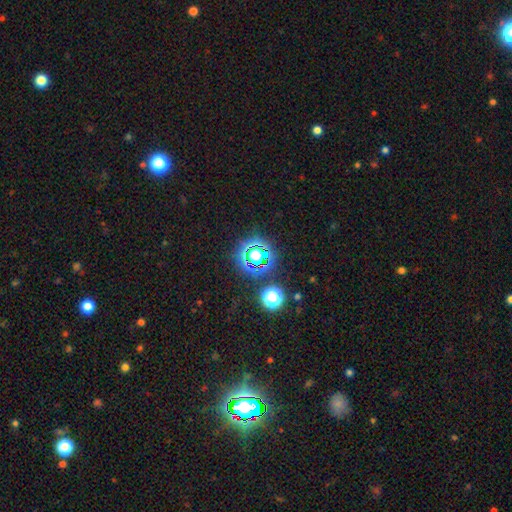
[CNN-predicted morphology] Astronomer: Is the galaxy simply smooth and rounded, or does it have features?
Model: star or artifact — 59%.